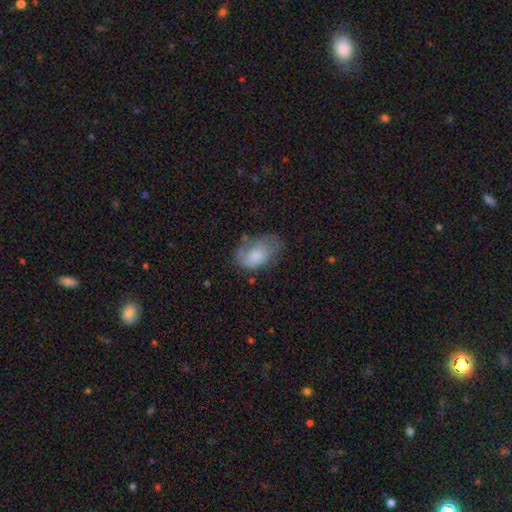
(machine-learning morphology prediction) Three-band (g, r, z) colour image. It shows a smooth galaxy with no disk features (70%) that is in between round and cigar-shaped (90%). Merging: none (45%).